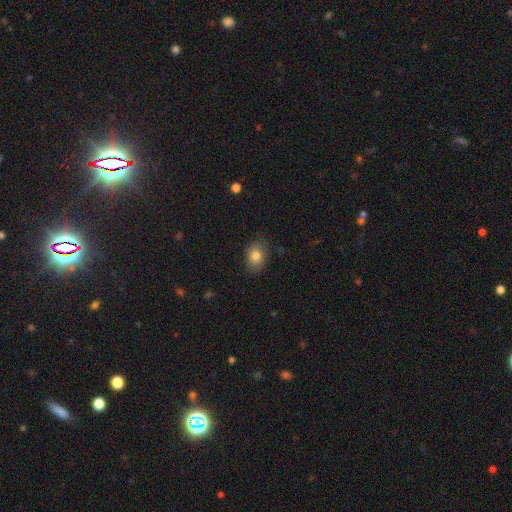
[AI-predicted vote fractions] A smooth galaxy with no disk features (82%) that is in between round and cigar-shaped (73%).

Vote fractions:
- Smooth or featured? smooth: 82% / featured or disk: 9% / star or artifact: 9%
- How rounded? in between: 73% / round: 26% / cigar-shaped: 1%
- Merging? none: 79% / minor disturbance: 17% / major disturbance: 4% / merger: 1%